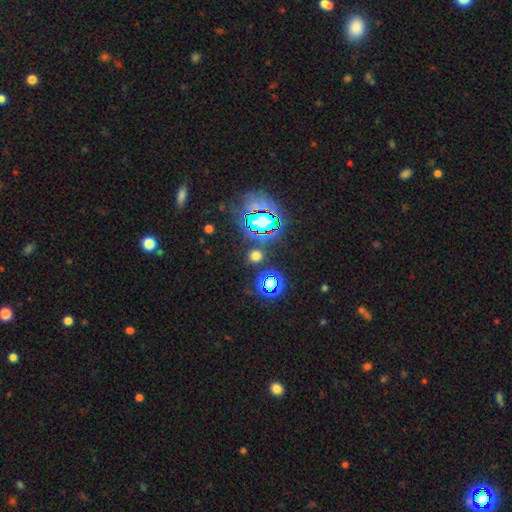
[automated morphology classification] type=star or artifact (49%).